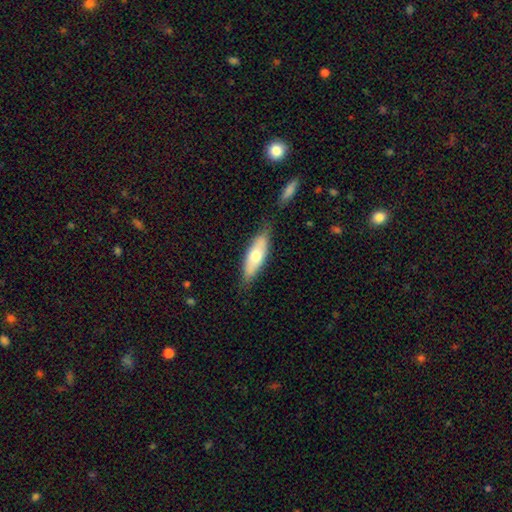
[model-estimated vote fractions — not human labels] Smooth or featured?
  - smooth: 63% *
  - featured or disk: 32%
  - star or artifact: 6%
How rounded?
  - in between: 55% *
  - cigar-shaped: 43%
  - round: 2%
Merging?
  - none: 77% *
  - minor disturbance: 17%
  - merger: 3%
  - major disturbance: 3%